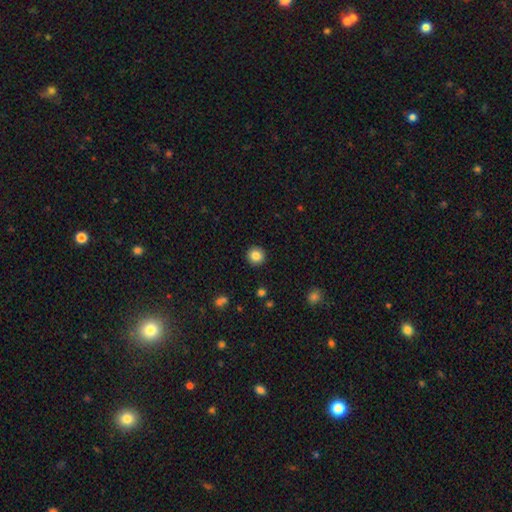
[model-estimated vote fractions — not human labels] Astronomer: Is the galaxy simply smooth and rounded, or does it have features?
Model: smooth — 84%.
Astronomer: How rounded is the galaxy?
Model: round — 94%.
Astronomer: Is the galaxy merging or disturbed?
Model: none — 93%.